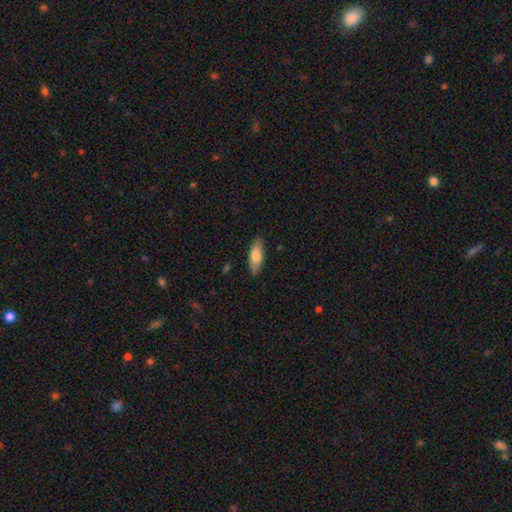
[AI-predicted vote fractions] Smooth or featured? smooth (71%)
How rounded? in between (69%)
Merging? none (85%)